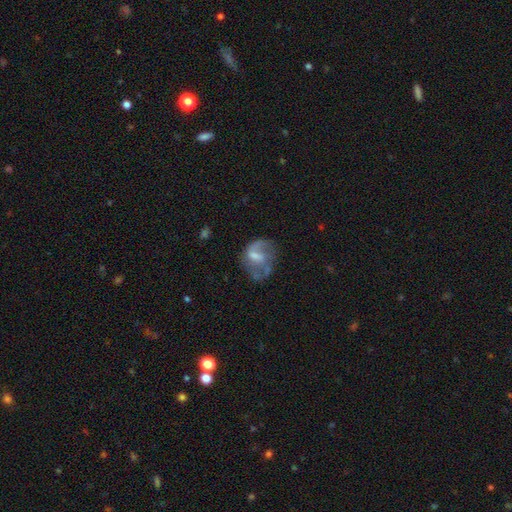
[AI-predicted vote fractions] smooth_or_featured: featured or disk (p=0.59) [alt: smooth p=0.32]
disk_edge_on: no (p=0.97) [alt: yes p=0.03]
bar: weak (p=0.46) [alt: no p=0.36]
has_spiral_arms: yes (p=0.62) [alt: no p=0.38]
bulge_size: moderate (p=0.35) [alt: none p=0.28]
merging: none (p=0.39) [alt: major disturbance p=0.32]